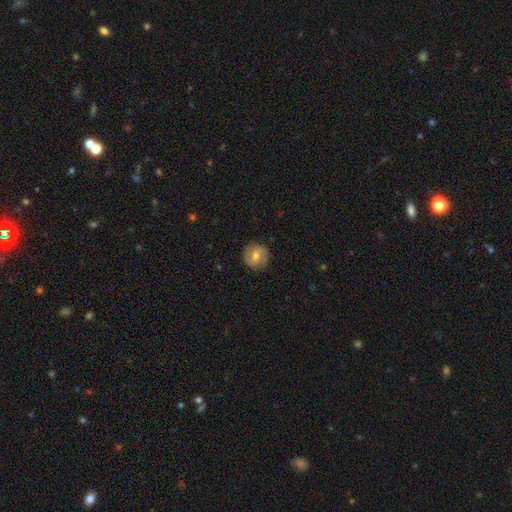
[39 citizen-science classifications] Smooth or featured? smooth (59%)
How rounded? round (100%)
Merging? none (92%)